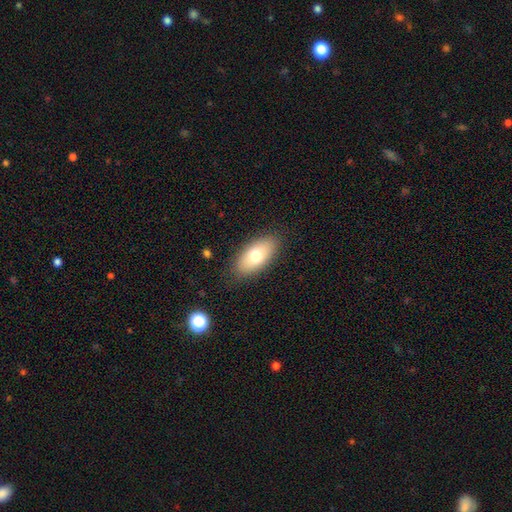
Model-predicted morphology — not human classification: This is likely a smooth galaxy (72%). How rounded: clearly in between (90%). Merging: clearly none (85%).